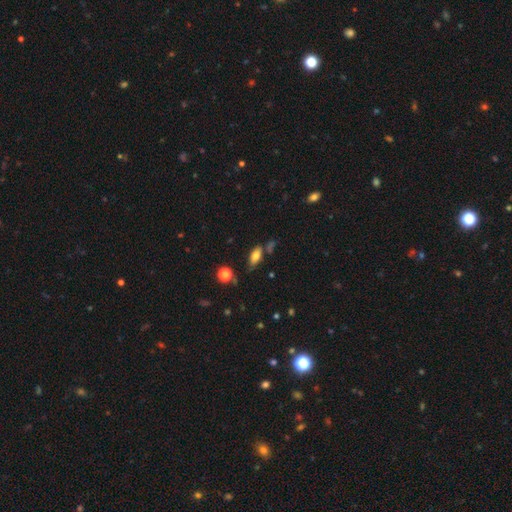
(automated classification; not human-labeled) Morphology: type=smooth (74%); roundness=in between (84%); merging=none (66%).